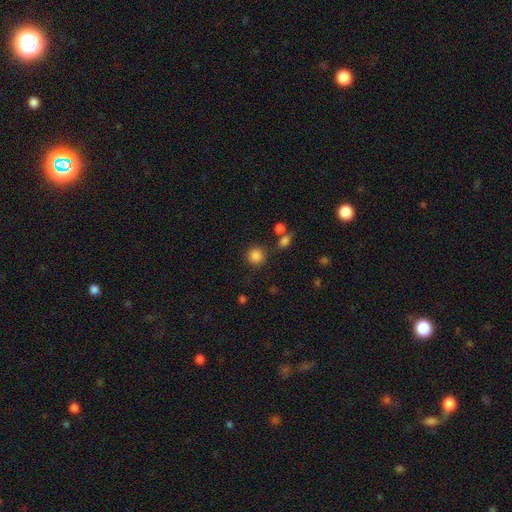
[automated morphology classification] Smooth or featured?
  - smooth: 85% *
  - star or artifact: 11%
  - featured or disk: 4%
How rounded?
  - round: 91% *
  - in between: 8%
  - cigar-shaped: 1%
Merging?
  - none: 81% *
  - minor disturbance: 9%
  - merger: 6%
  - major disturbance: 4%